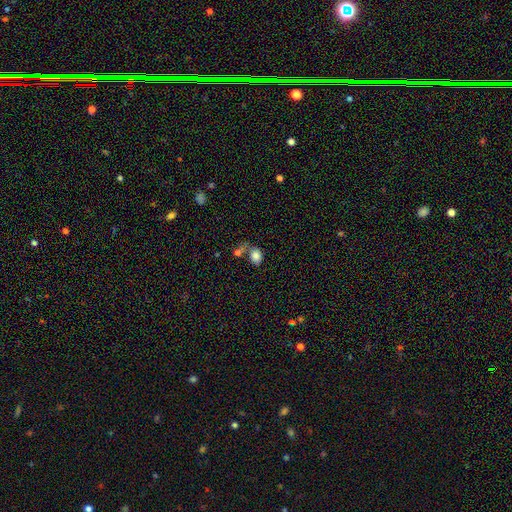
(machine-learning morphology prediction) The model was most divided on "merging": none: 44%, merger: 27%, minor disturbance: 18%, major disturbance: 10%. More confident: smooth or featured — smooth (82%); how rounded — in between (63%).